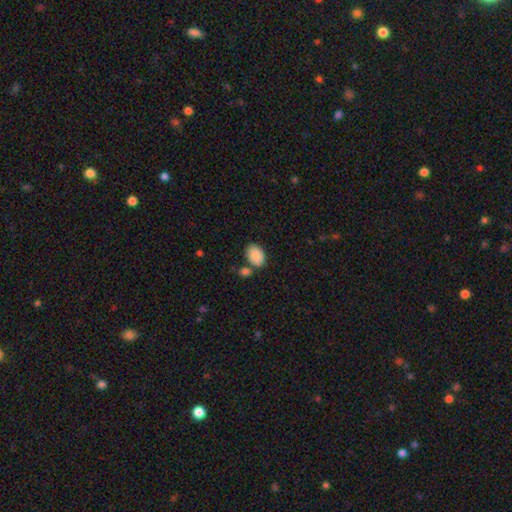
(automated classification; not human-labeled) smooth 89%, star or artifact 7%, featured or disk 4%. Down the decision tree: how rounded — in between (87%); merging — none (68%).